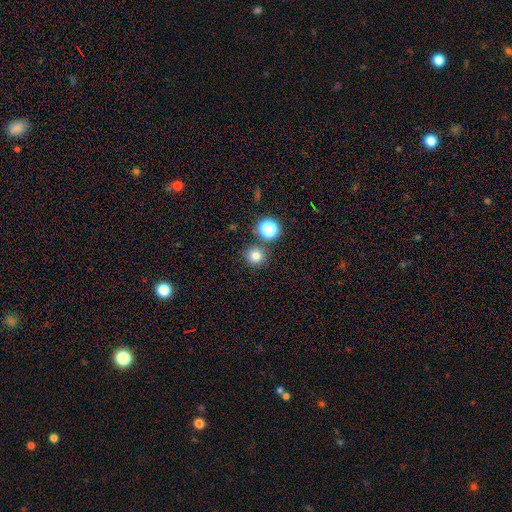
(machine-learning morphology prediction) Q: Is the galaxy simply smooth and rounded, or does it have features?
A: smooth — 77%.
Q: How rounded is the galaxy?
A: round — 93%.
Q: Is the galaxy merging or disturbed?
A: none — 81%.